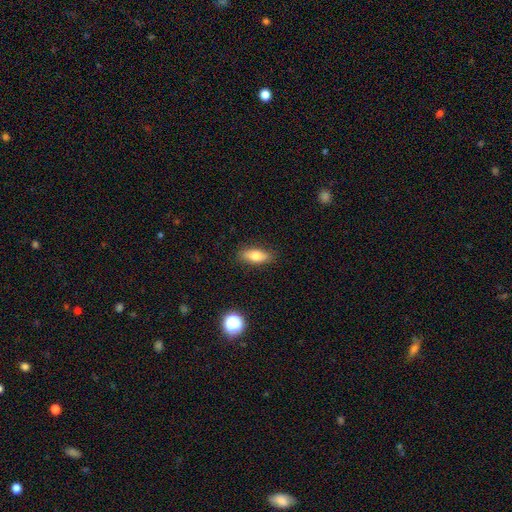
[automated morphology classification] A smooth galaxy with no disk features (75%) that is in between round and cigar-shaped (78%). Merging: none (87%).